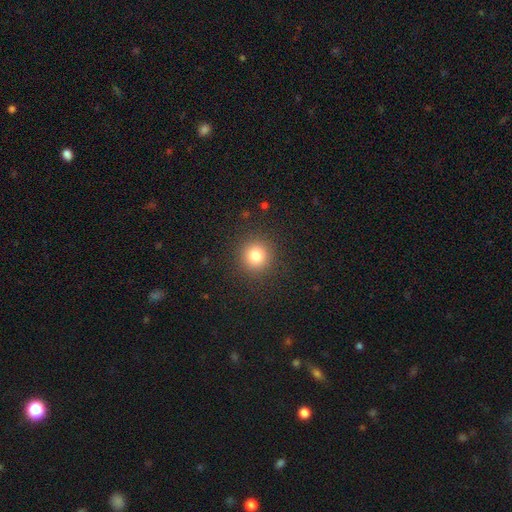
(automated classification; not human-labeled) Smooth or featured?
  - smooth: 81% *
  - star or artifact: 12%
  - featured or disk: 6%
How rounded?
  - round: 93% *
  - in between: 6%
  - cigar-shaped: 1%
Merging?
  - none: 90% *
  - minor disturbance: 6%
  - major disturbance: 3%
  - merger: 1%